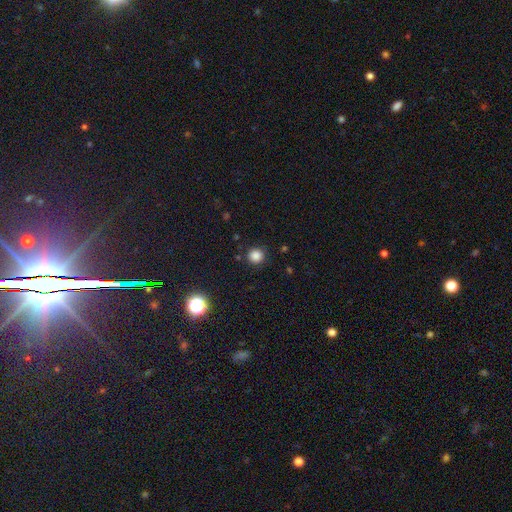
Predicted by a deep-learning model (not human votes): Smooth or featured: smooth — 84% (star or artifact — 13%)
How rounded: round — 93% (in between — 6%)
Merging: none — 88% (minor disturbance — 8%)